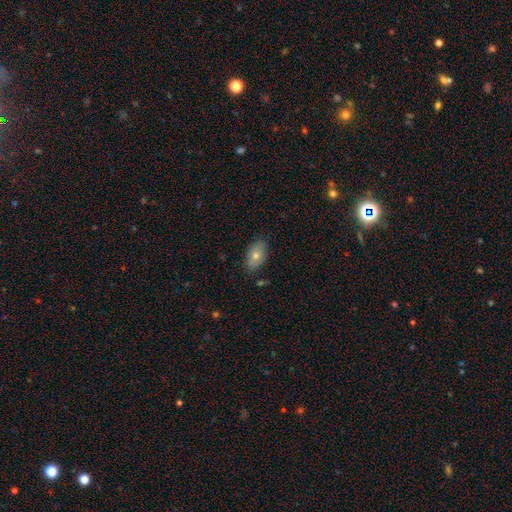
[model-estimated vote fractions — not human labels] A smooth galaxy with no disk features (65%) that is in between round and cigar-shaped (90%).

Vote fractions:
- Smooth or featured? smooth: 65% / featured or disk: 25% / star or artifact: 10%
- How rounded? in between: 90% / round: 7% / cigar-shaped: 3%
- Merging? none: 82% / minor disturbance: 14% / major disturbance: 2% / merger: 2%